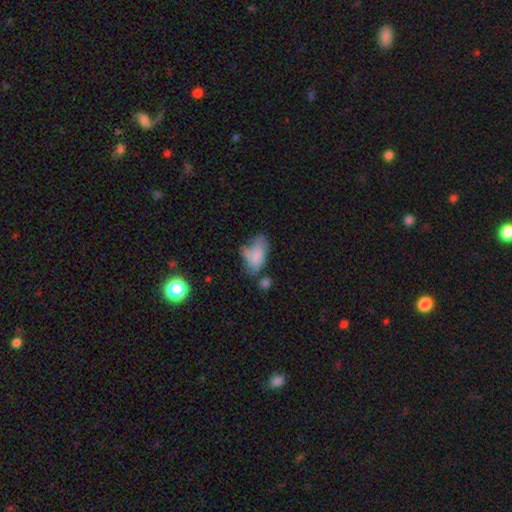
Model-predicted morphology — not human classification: A smooth galaxy with no disk features (72%) that is in between round and cigar-shaped (91%).

Vote fractions:
- Smooth or featured? smooth: 72% / featured or disk: 19% / star or artifact: 9%
- How rounded? in between: 91% / round: 7% / cigar-shaped: 3%
- Merging? none: 32% / minor disturbance: 30% / major disturbance: 23% / merger: 15%